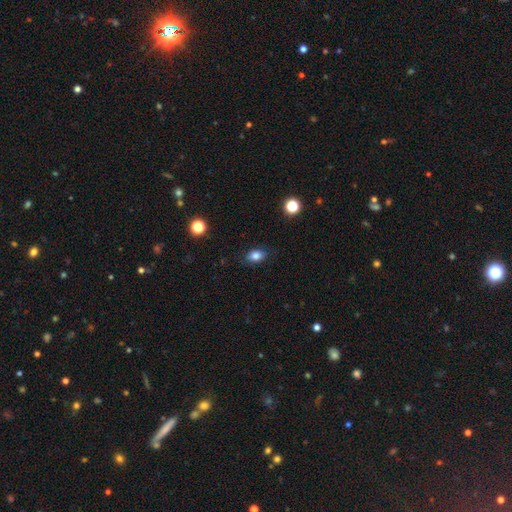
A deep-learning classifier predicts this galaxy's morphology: smooth 83%, star or artifact 10%, featured or disk 7%. Down the decision tree: how rounded — in between (78%); merging — none (84%).